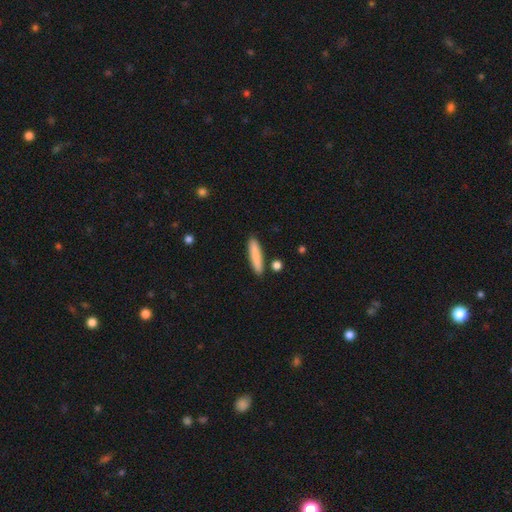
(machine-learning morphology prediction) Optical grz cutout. It shows a smooth galaxy with no disk features (84%) that is cigar-shaped (86%). Merging: none (87%).